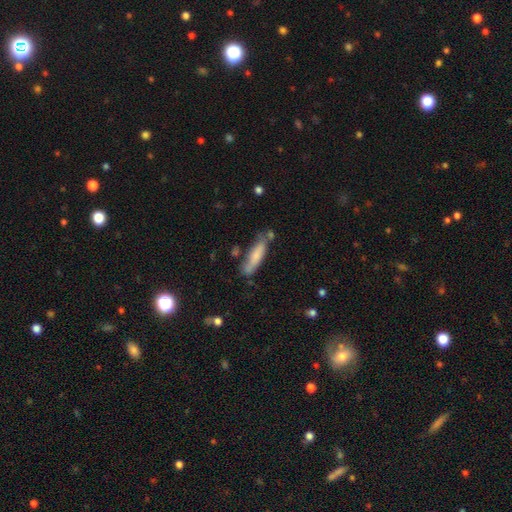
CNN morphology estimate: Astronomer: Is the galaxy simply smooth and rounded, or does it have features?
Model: smooth — 74%.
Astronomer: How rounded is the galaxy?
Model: cigar-shaped — 69%.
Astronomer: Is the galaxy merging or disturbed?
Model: none — 61%.